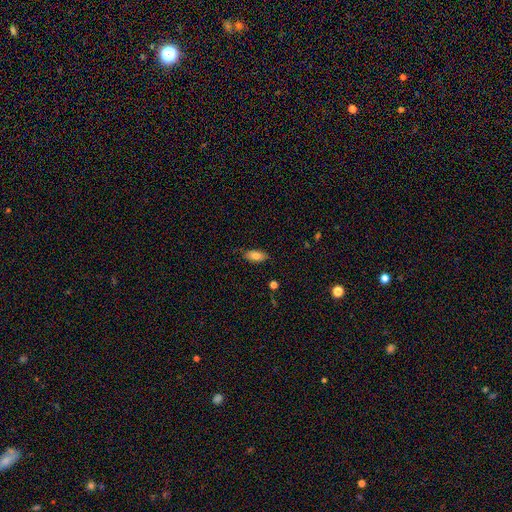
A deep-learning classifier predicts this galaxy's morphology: Smooth or featured? smooth (81%)
How rounded? in between (89%)
Merging? none (81%)